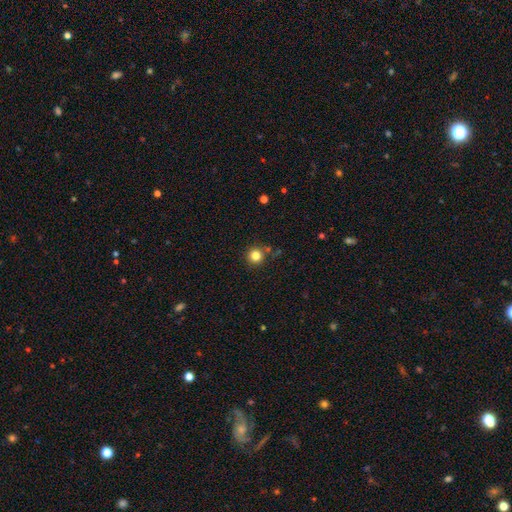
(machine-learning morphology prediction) Smooth or featured: smooth — 82% (star or artifact — 13%)
How rounded: round — 94% (in between — 5%)
Merging: none — 85% (minor disturbance — 8%)